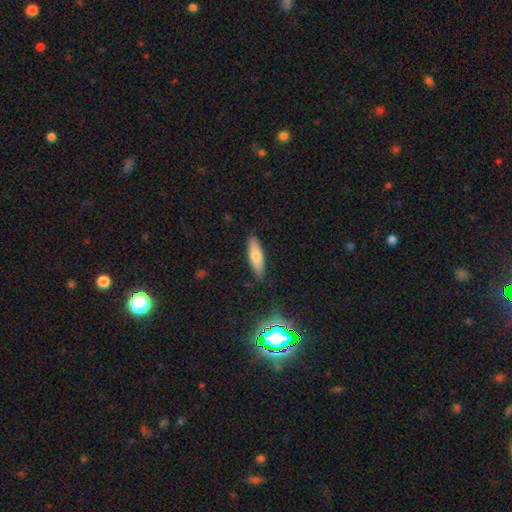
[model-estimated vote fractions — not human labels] smooth_or_featured: smooth (p=0.71) [alt: featured or disk p=0.22]
how_rounded: cigar-shaped (p=0.59) [alt: in between p=0.39]
merging: none (p=0.87) [alt: minor disturbance p=0.09]